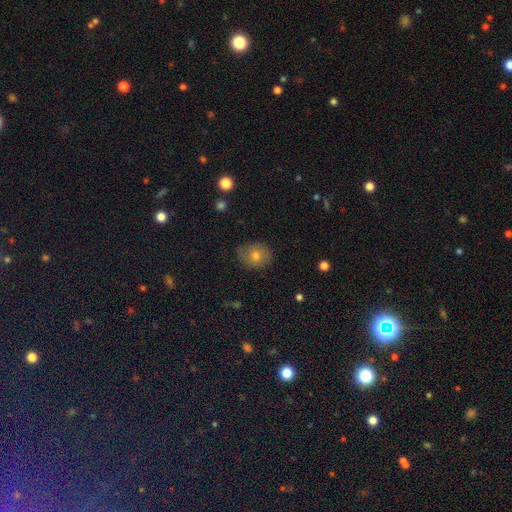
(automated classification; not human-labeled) This is likely a smooth galaxy (68%). How rounded: likely round (67%). Merging: likely none (77%).